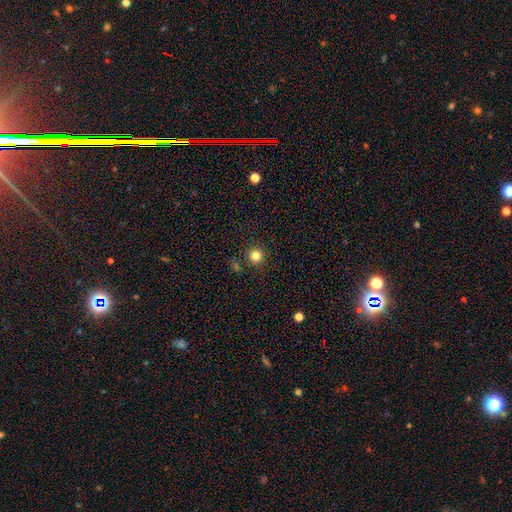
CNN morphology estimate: Smooth or featured: smooth — 82% (star or artifact — 13%)
How rounded: round — 94% (in between — 5%)
Merging: none — 88% (minor disturbance — 6%)